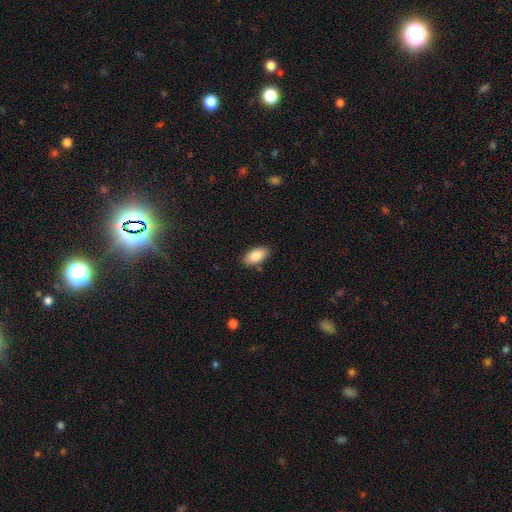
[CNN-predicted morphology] This is clearly a smooth galaxy (86%). How rounded: clearly in between (93%). Merging: clearly none (86%).